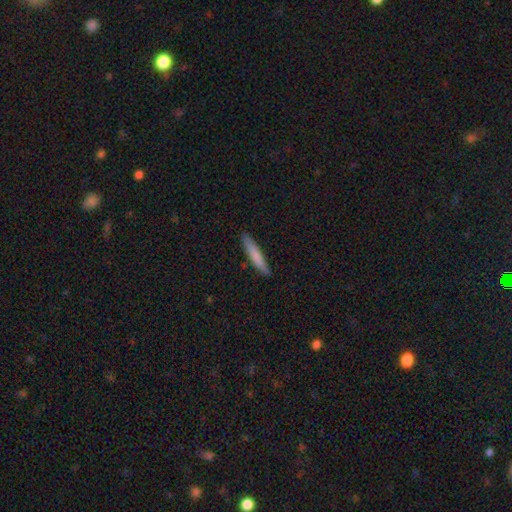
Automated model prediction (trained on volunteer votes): smooth 78%, featured or disk 17%, star or artifact 5%. Down the decision tree: how rounded — cigar-shaped (92%); merging — none (88%).